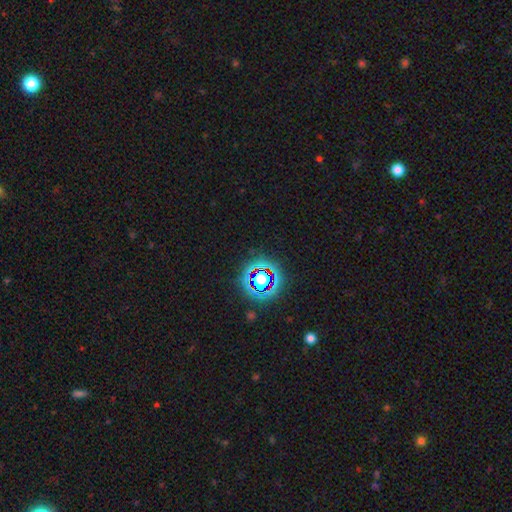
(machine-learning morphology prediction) This is likely a star or artifact rather than a galaxy (79%).